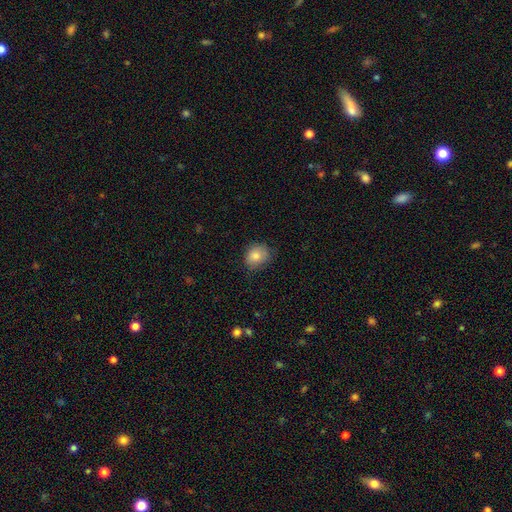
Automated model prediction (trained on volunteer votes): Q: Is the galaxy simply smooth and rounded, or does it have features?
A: smooth — 81%.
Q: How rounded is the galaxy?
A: round — 62%.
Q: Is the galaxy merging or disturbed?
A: none — 71%.